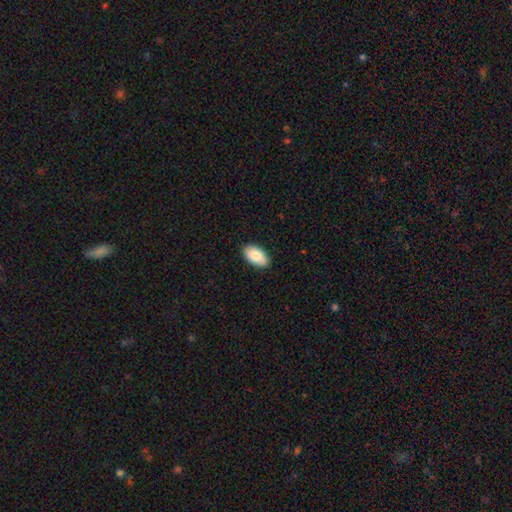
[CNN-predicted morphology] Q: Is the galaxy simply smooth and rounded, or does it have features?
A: smooth — 85%.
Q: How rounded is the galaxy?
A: in between — 95%.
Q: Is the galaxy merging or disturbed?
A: none — 89%.